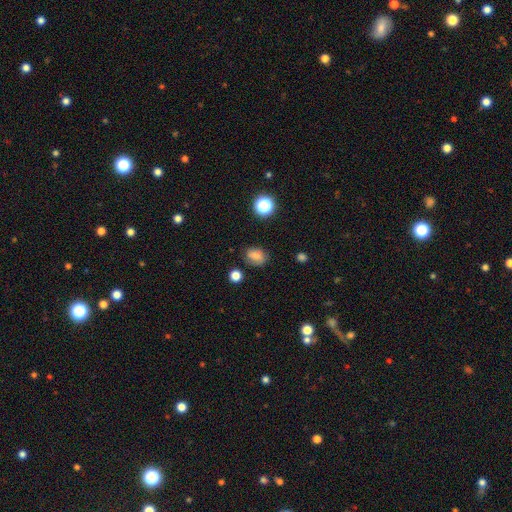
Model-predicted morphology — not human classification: Q: Smooth or featured?
A: smooth (76%); runner-up: star or artifact (14%)
Q: How rounded?
A: in between (61%); runner-up: round (37%)
Q: Merging?
A: none (73%); runner-up: minor disturbance (19%)